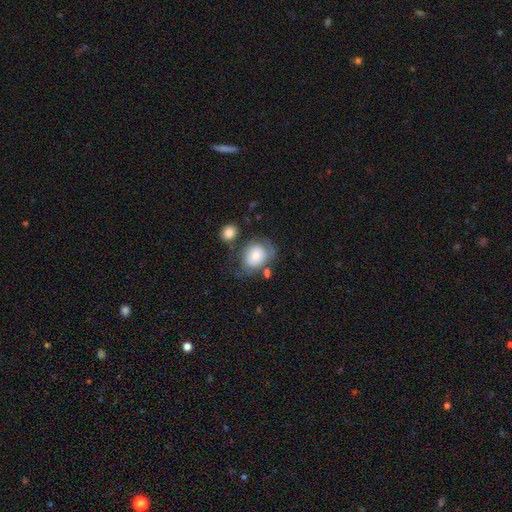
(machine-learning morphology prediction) Smooth or featured: smooth — 65% (featured or disk — 27%)
How rounded: round — 55% (in between — 44%)
Merging: none — 45% (minor disturbance — 24%)